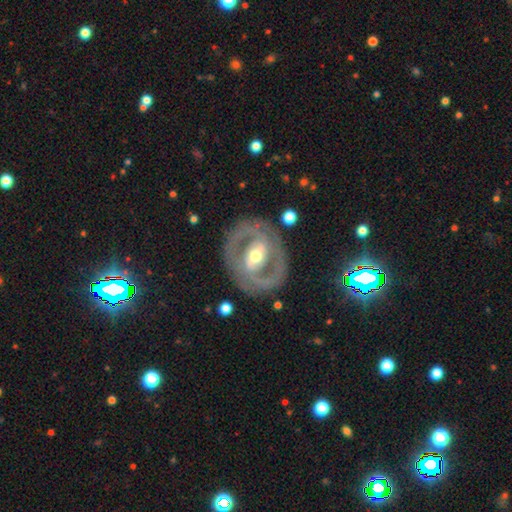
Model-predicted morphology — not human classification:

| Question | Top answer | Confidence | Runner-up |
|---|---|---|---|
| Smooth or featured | featured or disk | 81% | smooth (15%) |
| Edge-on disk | no | 96% | yes (4%) |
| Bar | weak | 38% | strong (34%) |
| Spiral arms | yes | 68% | no (32%) |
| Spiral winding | tight | 45% | medium (40%) |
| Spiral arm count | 2 | 78% | can't tell (12%) |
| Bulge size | moderate | 69% | small (20%) |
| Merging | none | 80% | minor disturbance (12%) |